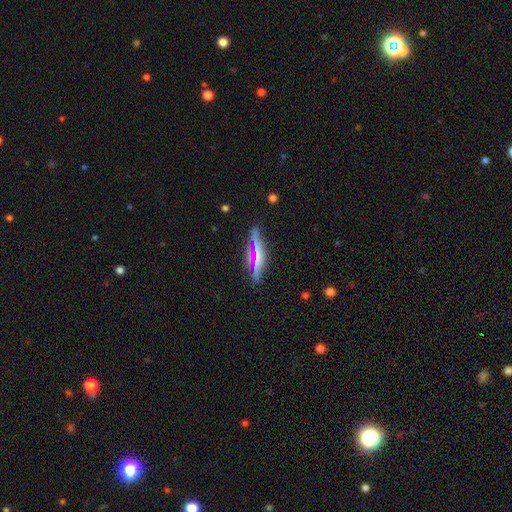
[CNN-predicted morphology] Smooth or featured?
  - smooth: 52% *
  - featured or disk: 34%
  - star or artifact: 14%
How rounded?
  - cigar-shaped: 56% *
  - in between: 36%
  - round: 8%
Merging?
  - none: 78% *
  - minor disturbance: 14%
  - major disturbance: 4%
  - merger: 4%